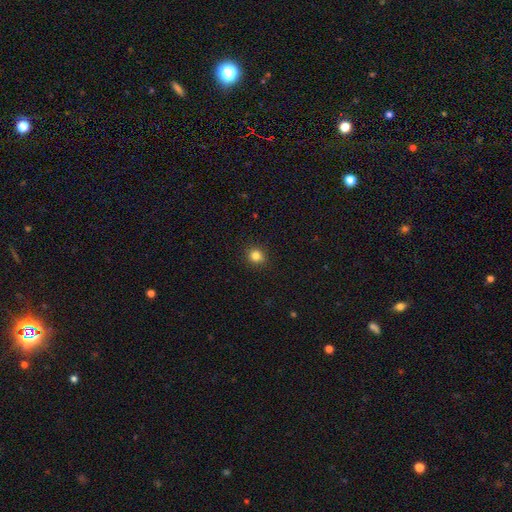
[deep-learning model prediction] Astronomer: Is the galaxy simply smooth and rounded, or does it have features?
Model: smooth — 84%.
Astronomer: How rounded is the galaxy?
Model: round — 84%.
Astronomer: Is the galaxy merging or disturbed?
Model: none — 91%.